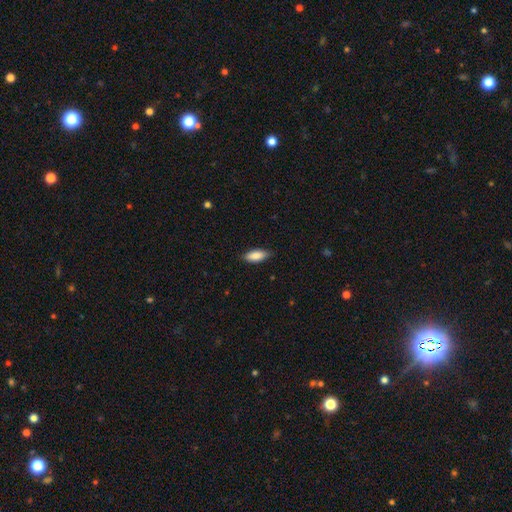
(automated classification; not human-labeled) smooth 86%, featured or disk 8%, star or artifact 6%. Down the decision tree: how rounded — in between (79%); merging — none (84%).